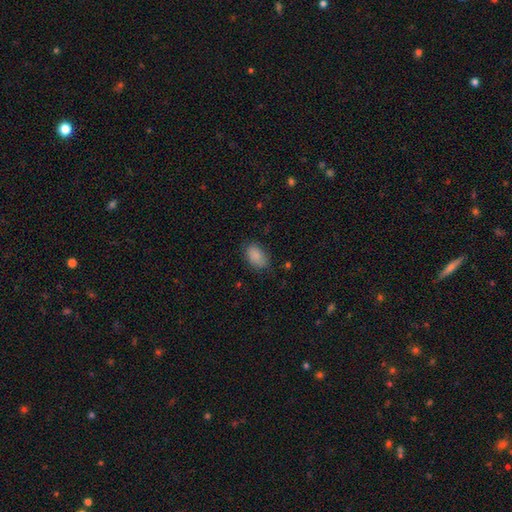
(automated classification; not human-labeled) This appears to be a smooth galaxy with no disk features (87%) that is in between round and cigar-shaped (90%). Merging: none (75%).